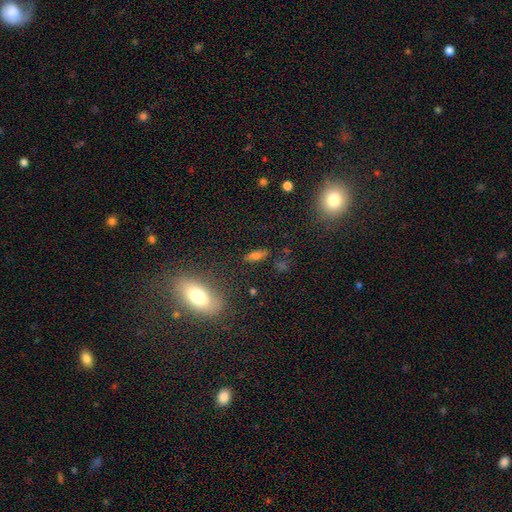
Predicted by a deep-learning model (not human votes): smooth 64%, star or artifact 18%, featured or disk 18%. Down the decision tree: how rounded — in between (58%); merging — none (79%).